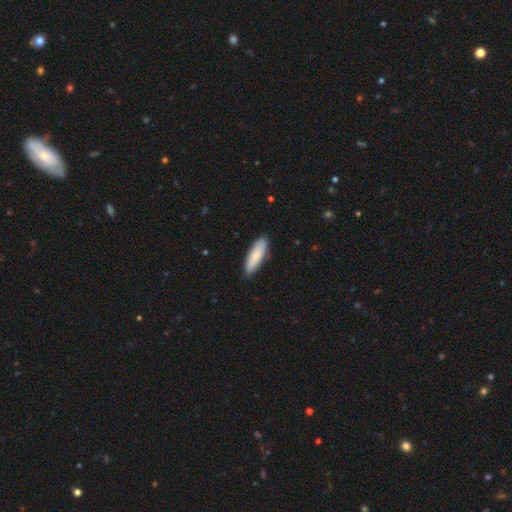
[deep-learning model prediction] smooth 82%, featured or disk 13%, star or artifact 5%. Down the decision tree: how rounded — cigar-shaped (51%); merging — none (86%).